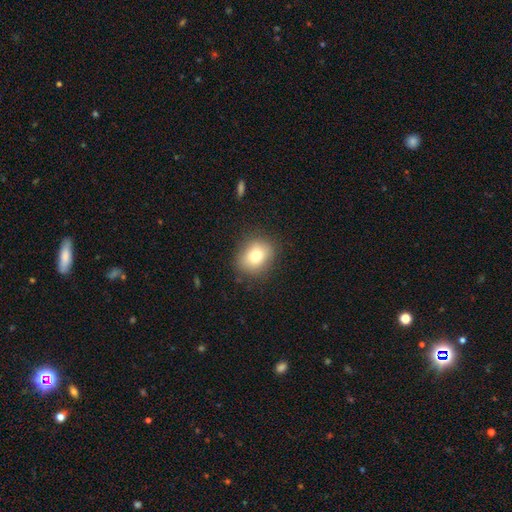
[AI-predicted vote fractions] Smooth or featured: smooth — 77% (featured or disk — 12%)
How rounded: round — 55% (in between — 44%)
Merging: none — 85% (minor disturbance — 11%)